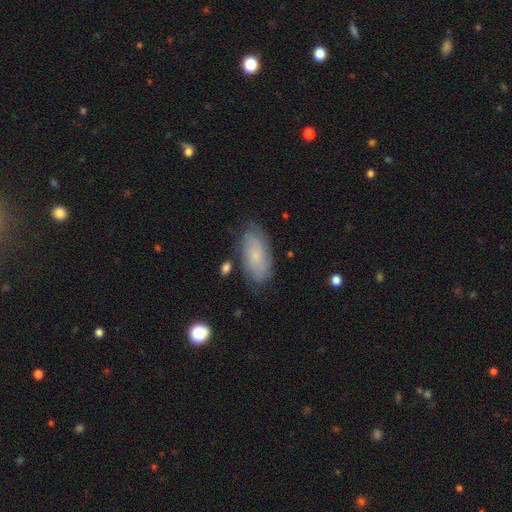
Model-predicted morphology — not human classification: A smooth galaxy with no disk features (53%) that is in between round and cigar-shaped (89%).

Vote fractions:
- Smooth or featured? smooth: 53% / featured or disk: 39% / star or artifact: 8%
- How rounded? in between: 89% / cigar-shaped: 8% / round: 3%
- Merging? none: 73% / minor disturbance: 19% / major disturbance: 5% / merger: 2%